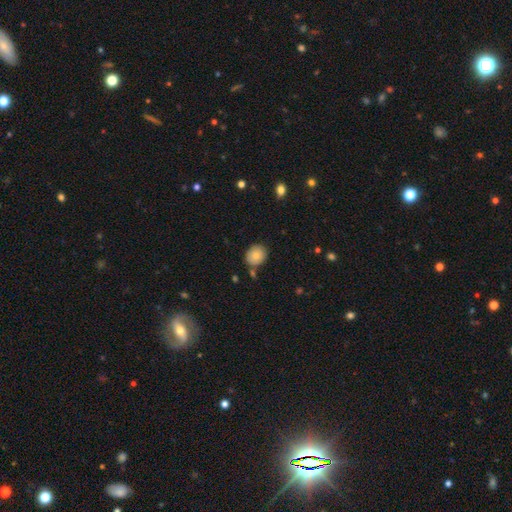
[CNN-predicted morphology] smooth_or_featured: smooth (p=0.81) [alt: featured or disk p=0.10]
how_rounded: round (p=0.68) [alt: in between p=0.31]
merging: none (p=0.78) [alt: minor disturbance p=0.13]